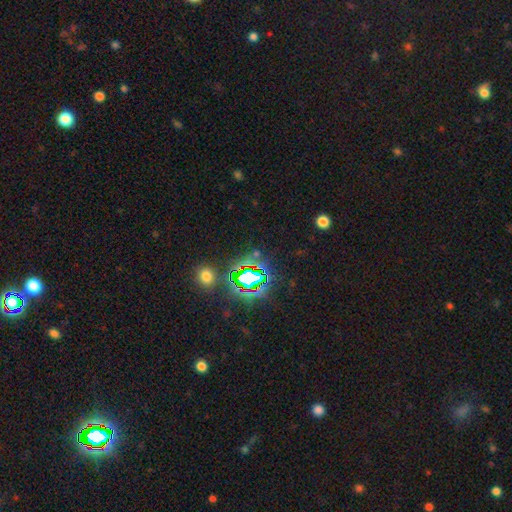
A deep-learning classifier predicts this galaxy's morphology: This is likely a star or artifact rather than a galaxy (78%).